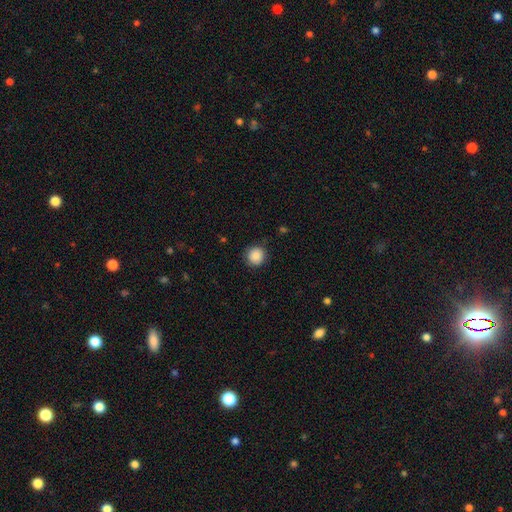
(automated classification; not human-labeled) Morphology: type=smooth (88%); roundness=round (93%); merging=none (88%).